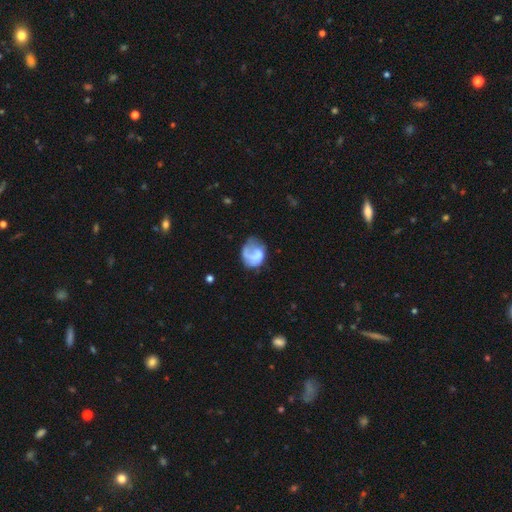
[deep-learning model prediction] This appears to be a featured or disk galaxy (48%). Merging: major disturbance (39%).